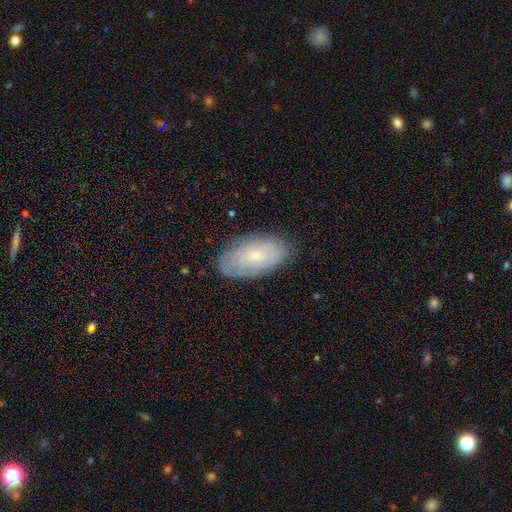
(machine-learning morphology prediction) This is possibly a smooth galaxy (57%). How rounded: clearly in between (94%). Merging: clearly none (81%).